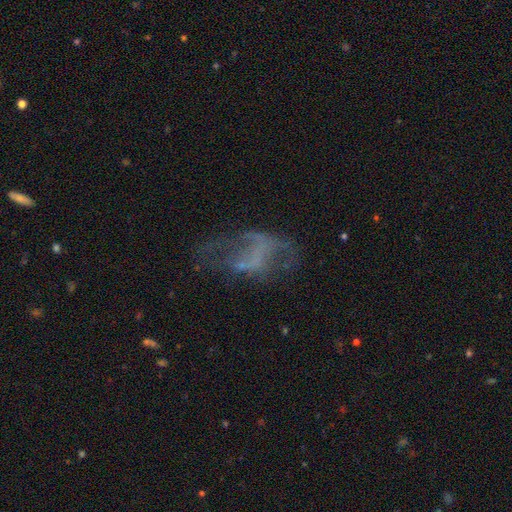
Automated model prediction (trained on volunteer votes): smooth_or_featured: featured or disk (p=0.57) [alt: smooth p=0.25]
disk_edge_on: no (p=0.96) [alt: yes p=0.04]
bar: no (p=0.70) [alt: weak p=0.21]
has_spiral_arms: no (p=0.71) [alt: yes p=0.29]
bulge_size: none (p=0.77) [alt: small p=0.14]
merging: major disturbance (p=0.43) [alt: none p=0.34]